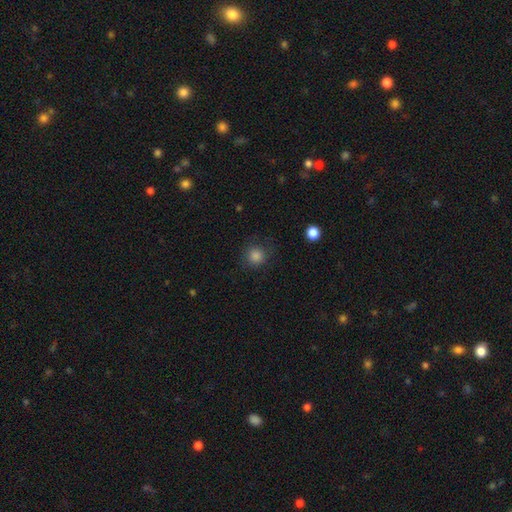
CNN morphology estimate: The model was most divided on "smooth or featured": smooth: 84%, star or artifact: 12%, featured or disk: 4%. More confident: how rounded — round (93%); merging — none (84%).